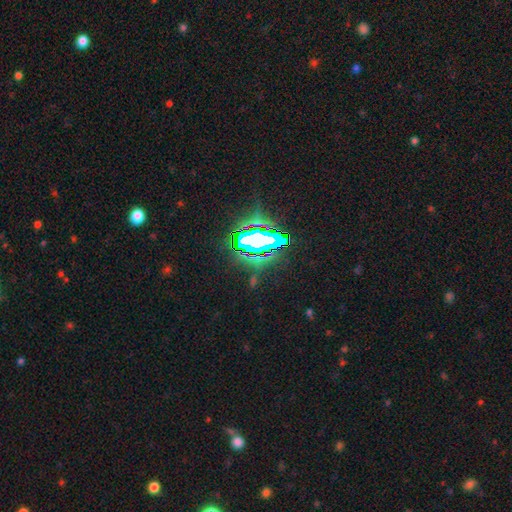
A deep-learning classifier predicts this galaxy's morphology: The model was most divided on "smooth or featured": star or artifact: 79%, smooth: 12%, featured or disk: 9%.